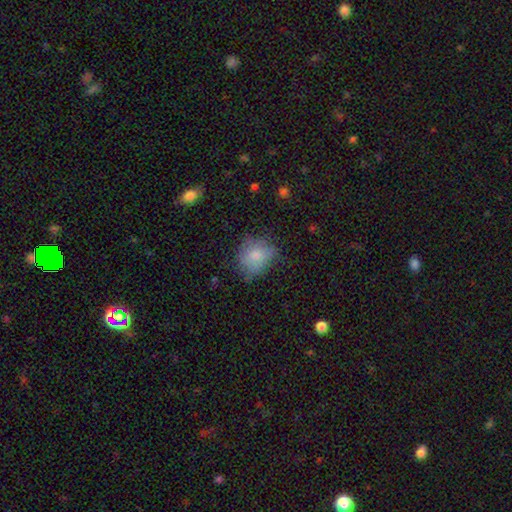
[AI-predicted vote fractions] The model was most divided on "merging": none: 55%, minor disturbance: 31%, major disturbance: 12%, merger: 2%. More confident: smooth or featured — smooth (76%); how rounded — round (64%).